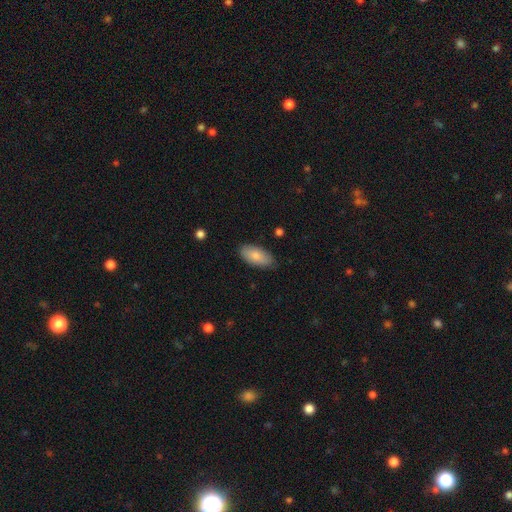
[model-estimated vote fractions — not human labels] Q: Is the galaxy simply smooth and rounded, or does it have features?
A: smooth — 83%.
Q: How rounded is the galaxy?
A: in between — 93%.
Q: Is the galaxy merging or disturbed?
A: none — 80%.